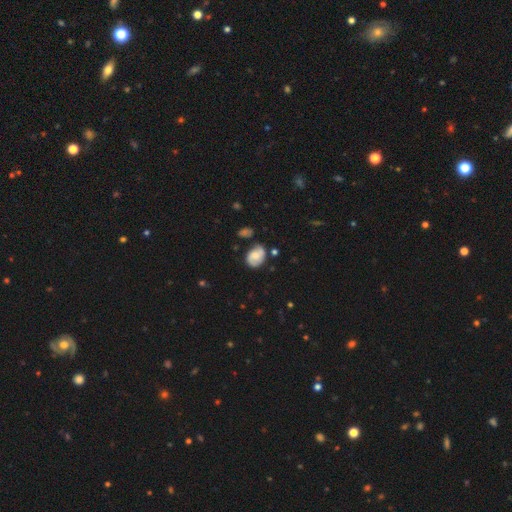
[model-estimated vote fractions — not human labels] Smooth or featured? featured or disk (49%)
Merging? none (63%)